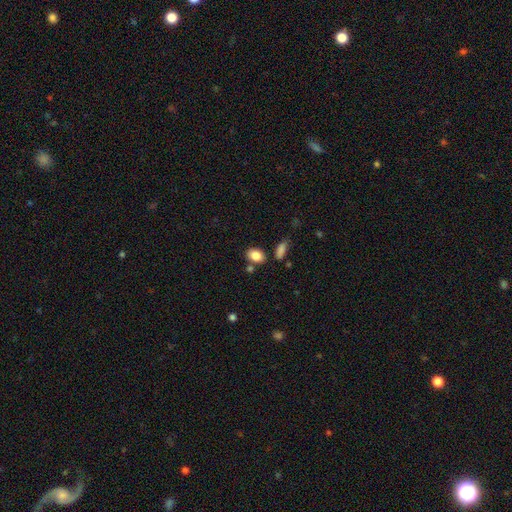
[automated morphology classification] Smooth or featured? smooth (84%)
How rounded? in between (80%)
Merging? none (75%)